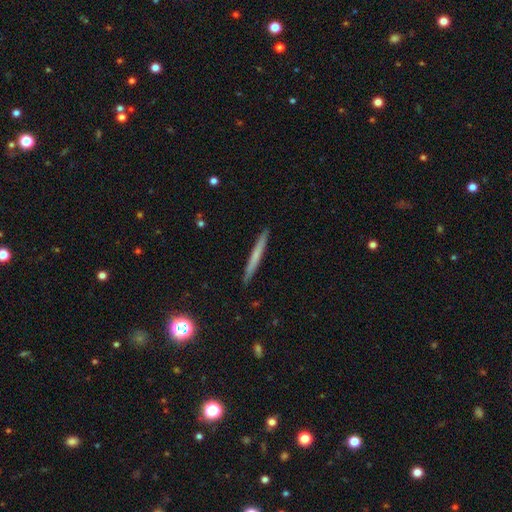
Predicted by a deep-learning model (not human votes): This is possibly a smooth galaxy (59%). How rounded: clearly cigar-shaped (97%). Merging: clearly none (91%).